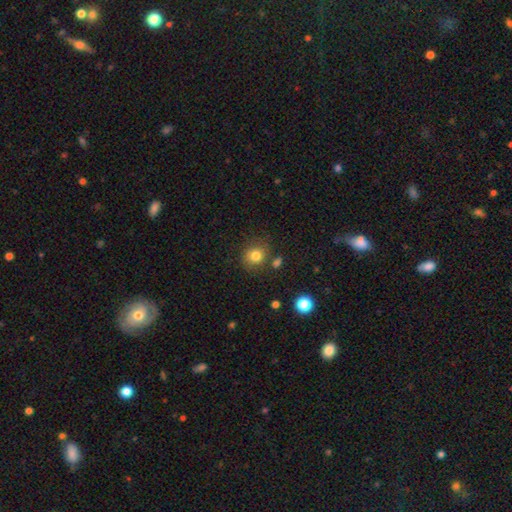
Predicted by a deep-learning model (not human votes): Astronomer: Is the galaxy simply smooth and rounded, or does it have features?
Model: smooth — 80%.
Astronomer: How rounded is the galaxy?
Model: round — 78%.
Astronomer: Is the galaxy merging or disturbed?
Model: none — 76%.